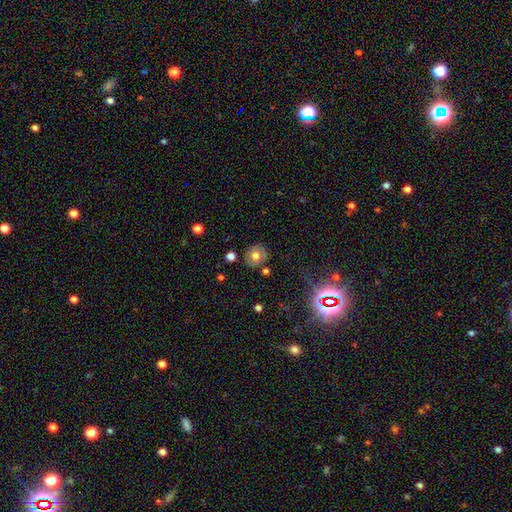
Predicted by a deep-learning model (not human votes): This appears to be a smooth galaxy with no disk features (62%) that is round (81%). Merging: none (82%).